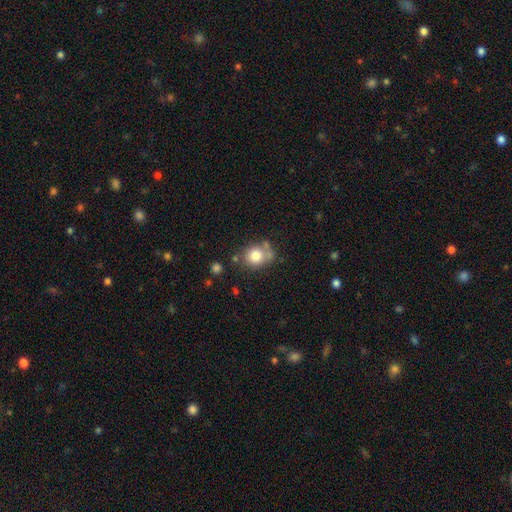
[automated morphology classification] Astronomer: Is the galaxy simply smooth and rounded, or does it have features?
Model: smooth — 78%.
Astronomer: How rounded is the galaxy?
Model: round — 69%.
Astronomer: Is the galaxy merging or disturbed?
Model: none — 58%.